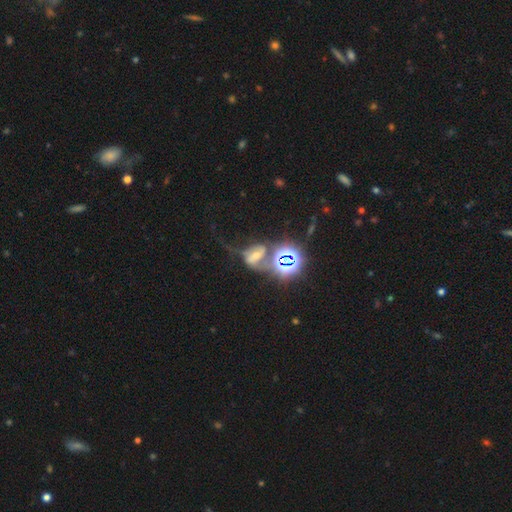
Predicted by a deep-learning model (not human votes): The model was most divided on "merging": none: 31%, major disturbance: 27%, merger: 25%, minor disturbance: 17%. Remaining: smooth or featured — featured or disk (42%).